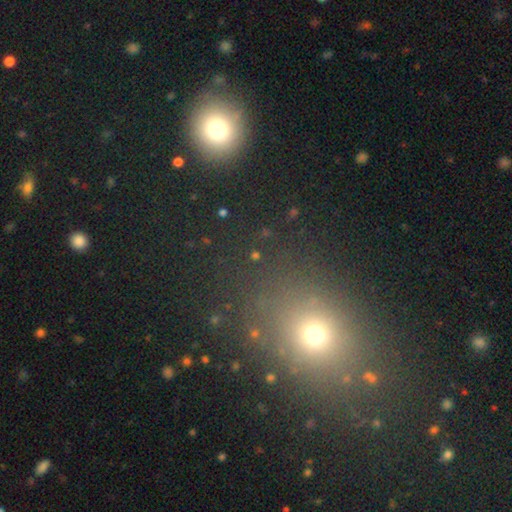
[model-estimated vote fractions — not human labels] This is possibly a smooth galaxy (56%). How rounded: likely round (69%). Merging: clearly none (82%).